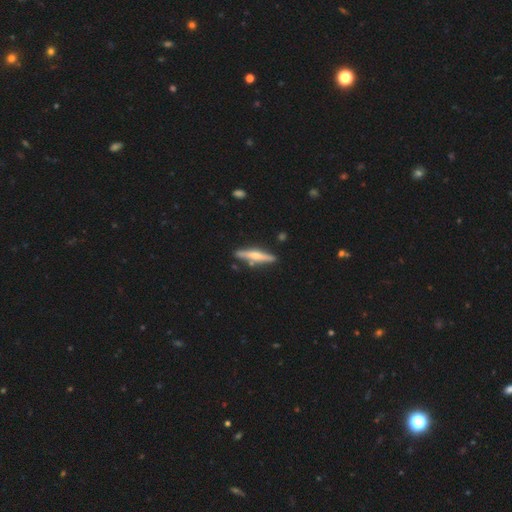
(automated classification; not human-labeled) This is possibly a featured or disk galaxy (58%). It is clearly viewed edge-on (96%). Edge-on bulge: likely rounded (80%). Merging: clearly none (84%).